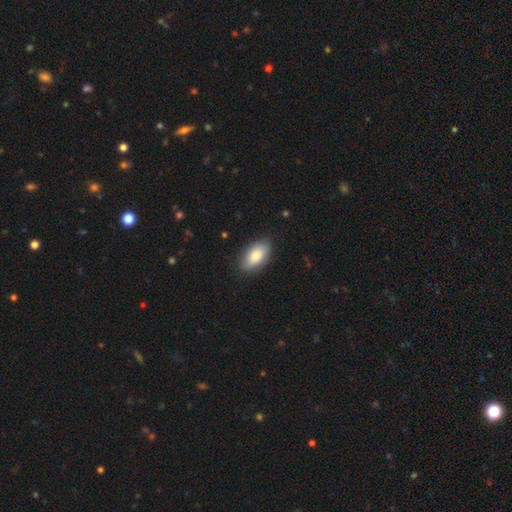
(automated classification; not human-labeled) Overall: smooth (82%). How rounded: in between (93%). Merging: none (83%).